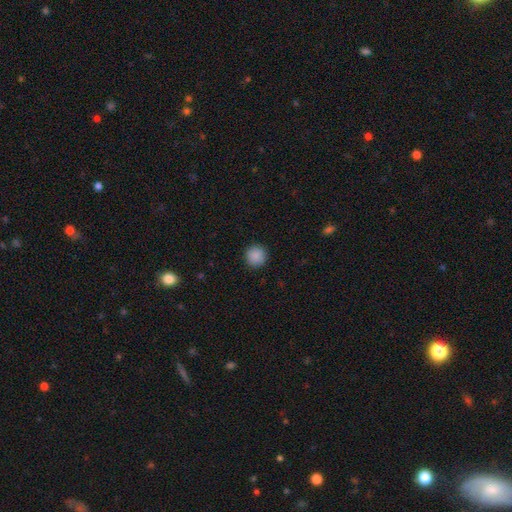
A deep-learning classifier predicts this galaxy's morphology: smooth_or_featured: smooth (p=0.88) [alt: star or artifact p=0.09]
how_rounded: round (p=0.95) [alt: in between p=0.04]
merging: none (p=0.92) [alt: minor disturbance p=0.05]